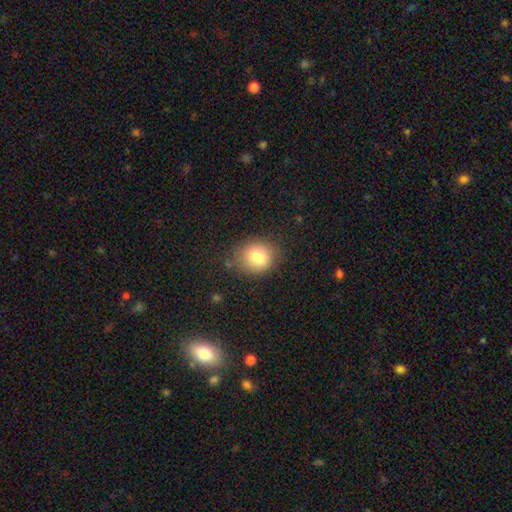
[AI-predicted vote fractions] Smooth or featured?
  - smooth: 77% *
  - featured or disk: 12%
  - star or artifact: 10%
How rounded?
  - round: 58% *
  - in between: 40%
  - cigar-shaped: 1%
Merging?
  - none: 65% *
  - minor disturbance: 19%
  - merger: 9%
  - major disturbance: 6%